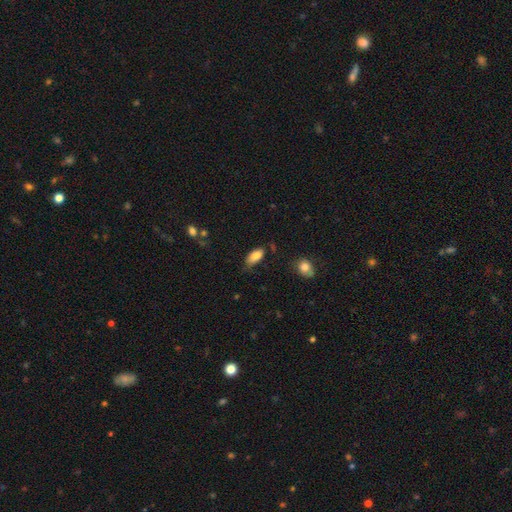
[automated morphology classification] Overall: smooth (84%). How rounded: in between (91%). Merging: none (63%; minor disturbance 28%).